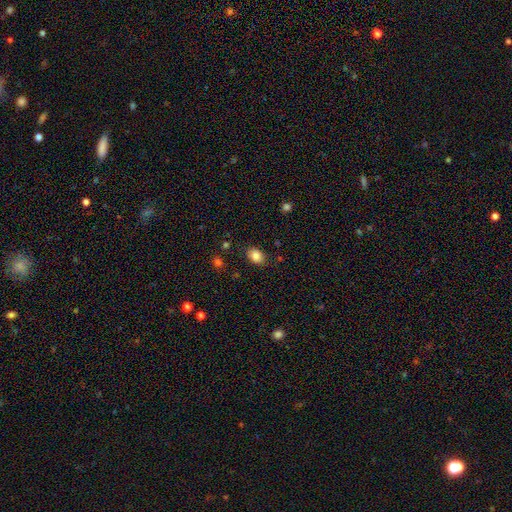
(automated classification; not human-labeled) smooth 86%, star or artifact 9%, featured or disk 5%. Down the decision tree: how rounded — in between (74%); merging — none (85%).